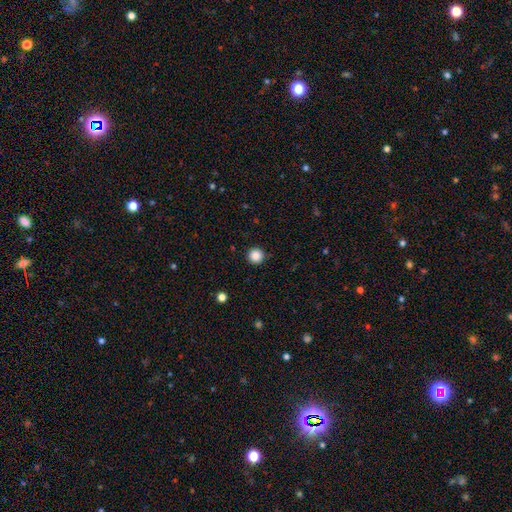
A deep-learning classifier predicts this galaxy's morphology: This appears to be a smooth galaxy with no disk features (87%) that is round (96%). Merging: none (92%).